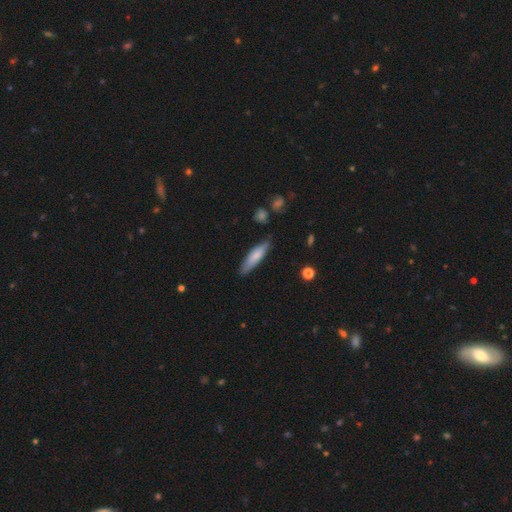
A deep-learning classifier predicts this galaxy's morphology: A smooth galaxy with no disk features (75%) that is cigar-shaped (75%).

Vote fractions:
- Smooth or featured? smooth: 75% / featured or disk: 19% / star or artifact: 6%
- How rounded? cigar-shaped: 75% / in between: 23% / round: 1%
- Merging? none: 81% / minor disturbance: 14% / major disturbance: 3% / merger: 2%